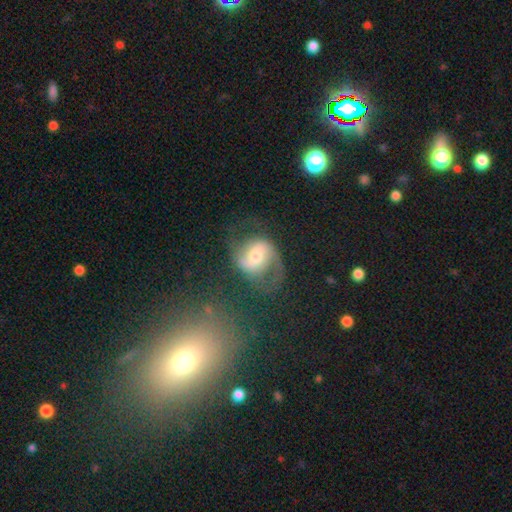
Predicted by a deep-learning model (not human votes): A featured or disk galaxy (79%) with a weak bar (42%), 2 (87%) medium (48%) spiral arms (94%) and a moderate central bulge (59%).

Vote fractions:
- Smooth or featured? featured or disk: 79% / smooth: 13% / star or artifact: 8%
- Edge-on disk? no: 97% / yes: 3%
- Bar? weak: 42% / no: 36% / strong: 23%
- Spiral arms? yes: 94% / no: 6%
- Spiral winding? medium: 48% / loose: 35% / tight: 16%
- Spiral arm count? 2: 87% / can't tell: 5% / 1: 5% / 3: 1% / 4: 1% / more than 4: 1%
- Bulge size? moderate: 59% / small: 31% / large: 7% / none: 2% / dominant: 1%
- Merging? none: 64% / minor disturbance: 18% / major disturbance: 14% / merger: 3%